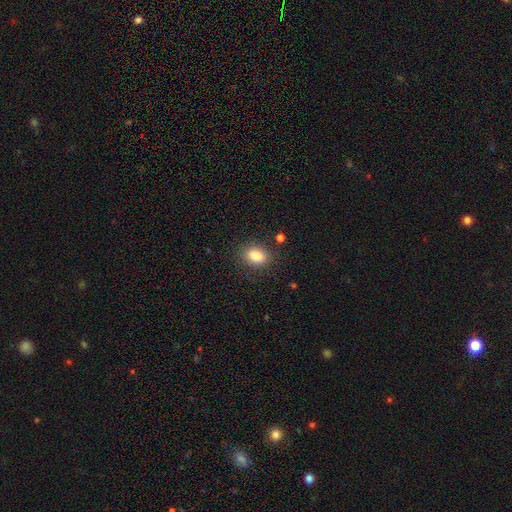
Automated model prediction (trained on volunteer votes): smooth 84%, star or artifact 10%, featured or disk 6%. Down the decision tree: how rounded — in between (73%); merging — none (85%).